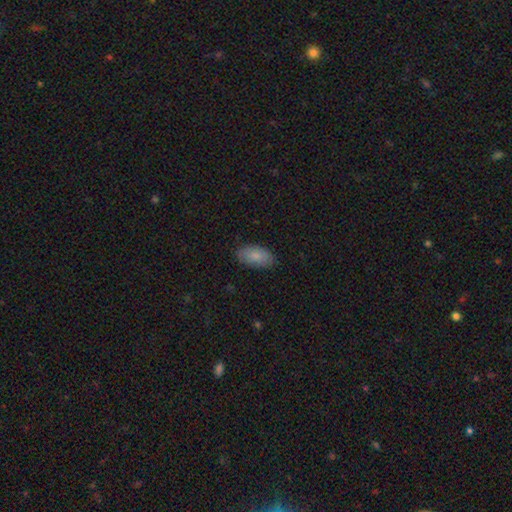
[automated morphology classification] A smooth galaxy with no disk features (85%) that is in between round and cigar-shaped (93%).

Vote fractions:
- Smooth or featured? smooth: 85% / featured or disk: 8% / star or artifact: 6%
- How rounded? in between: 93% / cigar-shaped: 4% / round: 3%
- Merging? none: 85% / minor disturbance: 11% / major disturbance: 2% / merger: 1%